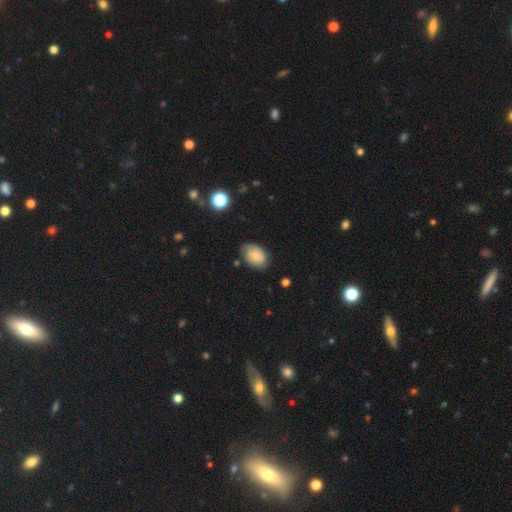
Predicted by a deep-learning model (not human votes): Smooth or featured? Predicted: smooth (p=0.63). How rounded? Predicted: in between (p=0.85). Merging? Predicted: none (p=0.71).